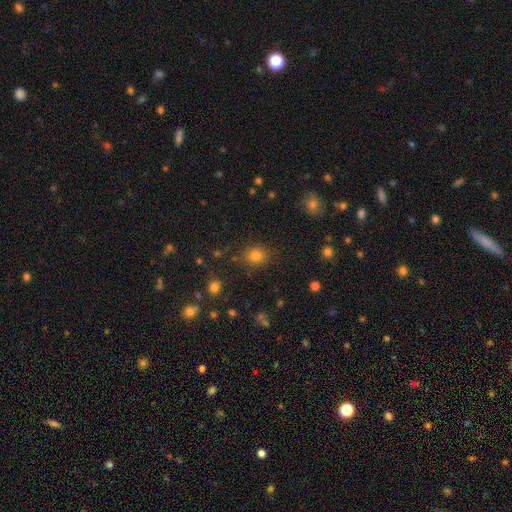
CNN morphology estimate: smooth 79%, star or artifact 15%, featured or disk 6%. Down the decision tree: how rounded — round (72%); merging — none (84%).